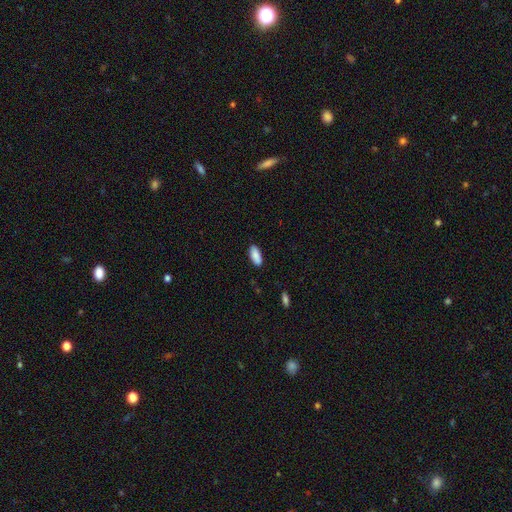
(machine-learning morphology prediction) A smooth galaxy with no disk features (88%) that is in between round and cigar-shaped (85%). Merging: none (86%).